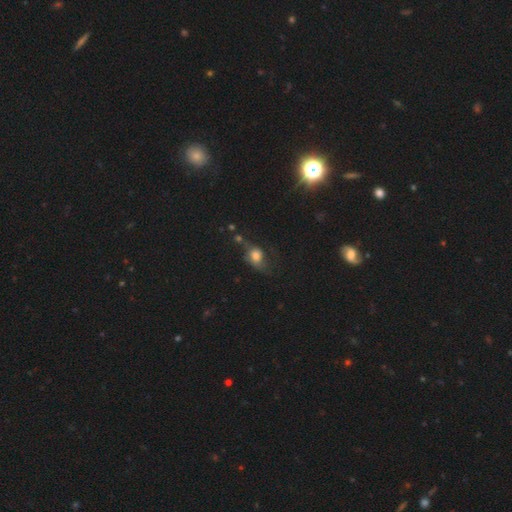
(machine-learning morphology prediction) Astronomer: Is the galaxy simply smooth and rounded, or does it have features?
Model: smooth — 56% (runner-up: featured or disk, 32%).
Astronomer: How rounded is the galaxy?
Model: in between — 54% (runner-up: round, 43%).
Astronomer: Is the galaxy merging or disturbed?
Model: none — 35% (runner-up: major disturbance, 31%).